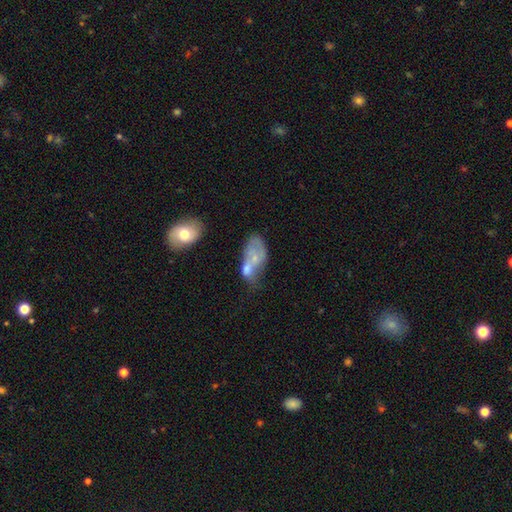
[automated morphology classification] This appears to be a smooth galaxy with no disk features (48%). Merging: merger (54%).